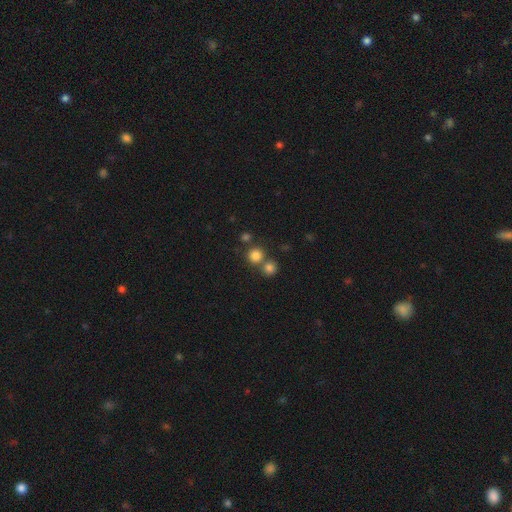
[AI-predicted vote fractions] smooth_or_featured: smooth (p=0.80) [alt: star or artifact p=0.14]
how_rounded: round (p=0.92) [alt: in between p=0.07]
merging: none (p=0.65) [alt: merger p=0.27]